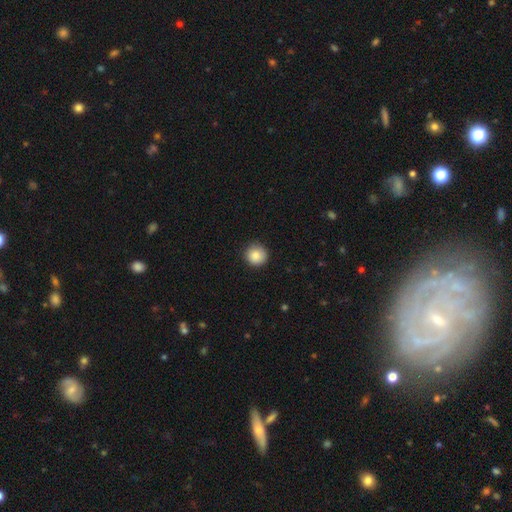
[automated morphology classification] Smooth or featured? Predicted: smooth (p=0.86). How rounded? Predicted: round (p=0.95). Merging? Predicted: none (p=0.87).